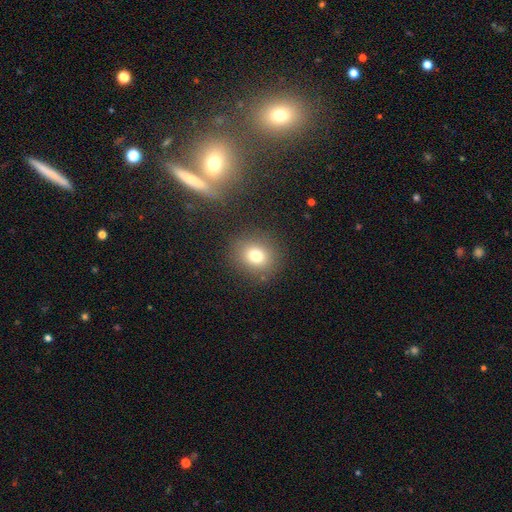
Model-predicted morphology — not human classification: Overall: smooth (76%). How rounded: round (77%). Merging: none (84%).